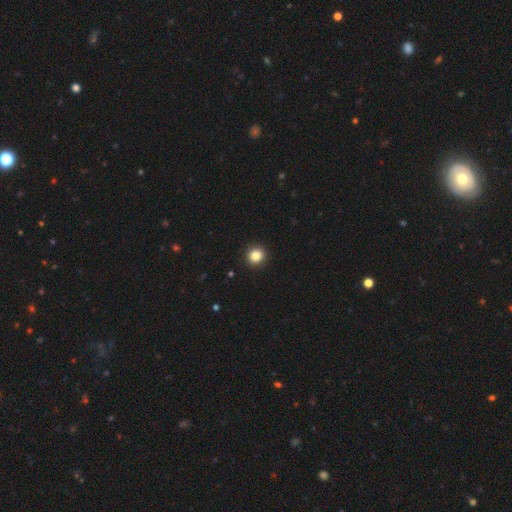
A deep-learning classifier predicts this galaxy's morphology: Smooth or featured?
  - smooth: 84% *
  - star or artifact: 11%
  - featured or disk: 5%
How rounded?
  - round: 90% *
  - in between: 10%
  - cigar-shaped: 1%
Merging?
  - none: 93% *
  - minor disturbance: 5%
  - major disturbance: 2%
  - merger: 1%